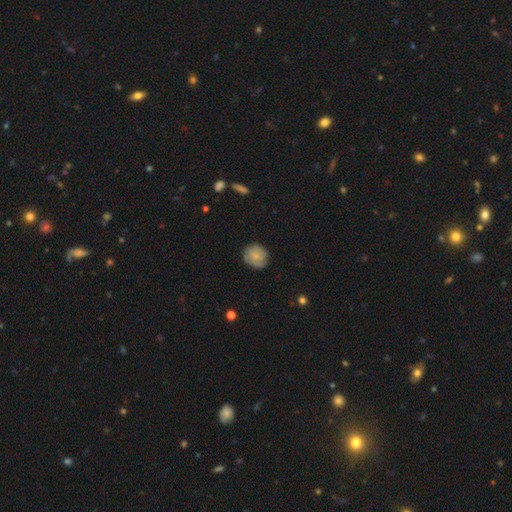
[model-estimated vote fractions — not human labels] This is likely a smooth galaxy (62%). How rounded: likely round (76%). Merging: likely none (74%).